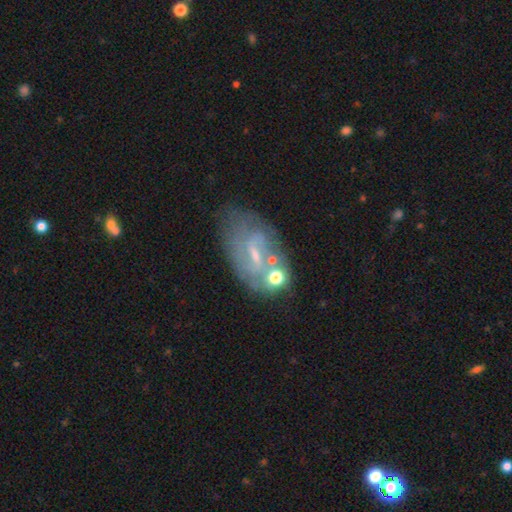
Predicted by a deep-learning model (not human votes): featured or disk 68%, smooth 21%, star or artifact 11%. Down the decision tree: edge-on disk — no (95%); bar — weak (51%); spiral arms — yes (71%); bulge size — small (61%); merging — none (53%).